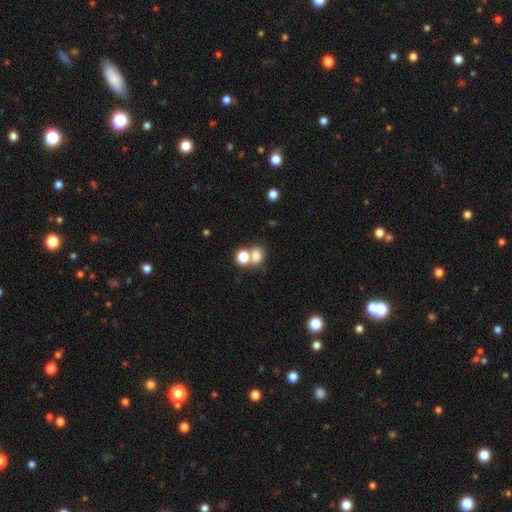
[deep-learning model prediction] This appears to be a smooth galaxy with no disk features (76%) that is round (50%). Merging: merger (44%).